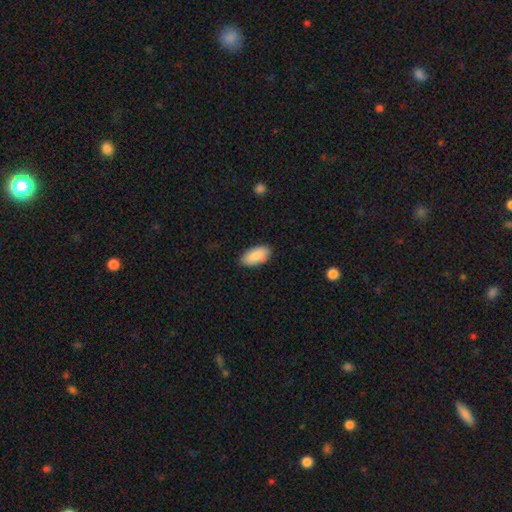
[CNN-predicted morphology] smooth 86%, featured or disk 8%, star or artifact 6%. Down the decision tree: how rounded — in between (93%); merging — none (83%).